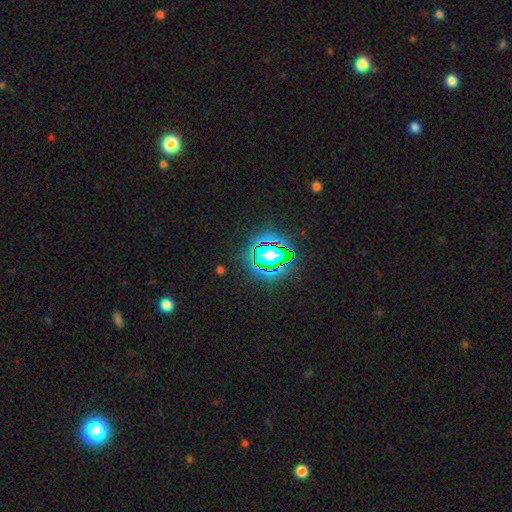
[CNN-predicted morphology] star or artifact 84%, smooth 10%, featured or disk 6%.